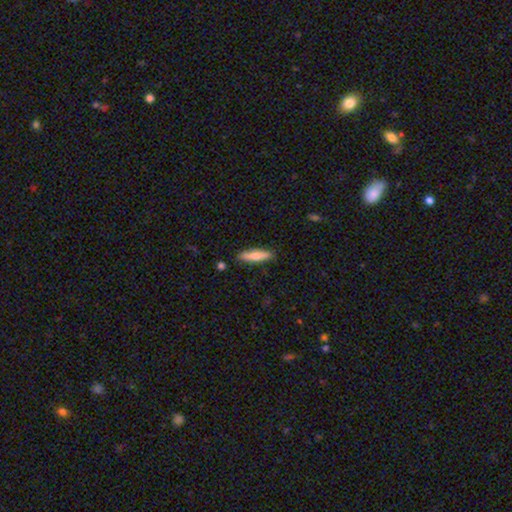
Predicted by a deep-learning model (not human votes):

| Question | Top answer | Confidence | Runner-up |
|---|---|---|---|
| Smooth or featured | smooth | 75% | featured or disk (19%) |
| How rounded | cigar-shaped | 75% | in between (23%) |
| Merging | none | 87% | minor disturbance (9%) |